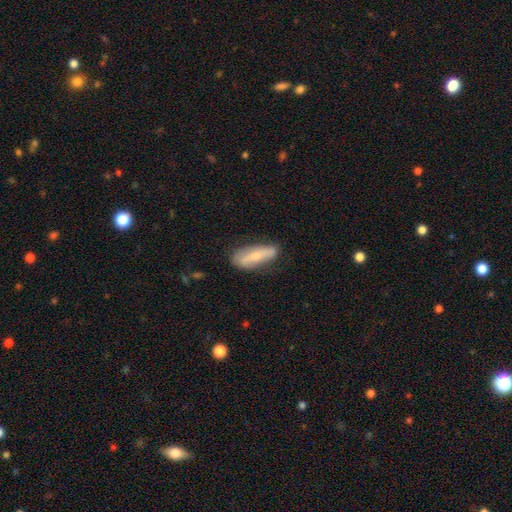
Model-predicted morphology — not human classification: Smooth or featured?
  - smooth: 59% *
  - featured or disk: 34%
  - star or artifact: 6%
How rounded?
  - cigar-shaped: 51% *
  - in between: 47%
  - round: 2%
Merging?
  - none: 74% *
  - minor disturbance: 20%
  - major disturbance: 5%
  - merger: 2%